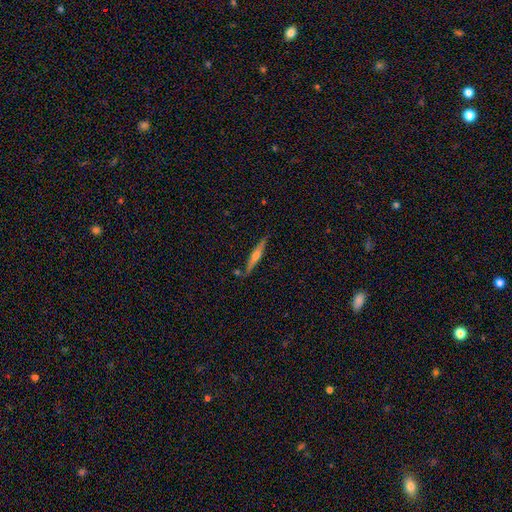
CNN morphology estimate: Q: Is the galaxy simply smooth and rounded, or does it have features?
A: featured or disk — 70%.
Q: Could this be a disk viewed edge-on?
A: yes — 97%.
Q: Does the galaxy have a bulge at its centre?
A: rounded — 82%.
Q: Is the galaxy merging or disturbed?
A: none — 85%.